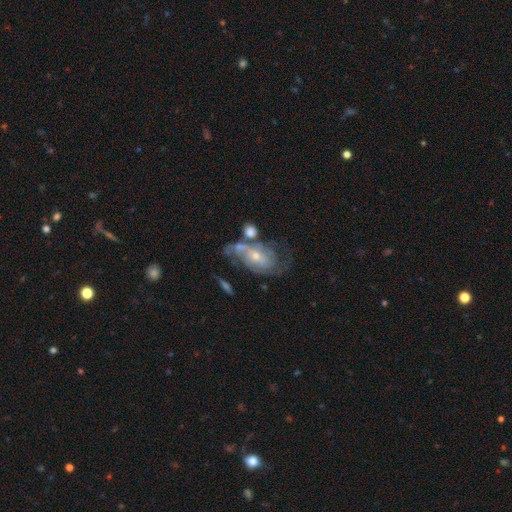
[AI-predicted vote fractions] This appears to be a featured or disk galaxy (77%) with no bar (61%), 2 (42%) medium (41%) spiral arms (85%) and a small central bulge (58%). Merging: none (37%).